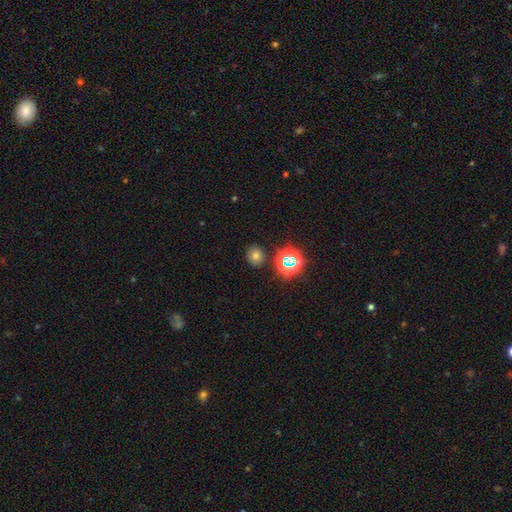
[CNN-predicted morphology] Overall: smooth (62%; star or artifact 30%). How rounded: round (78%). Merging: none (86%).